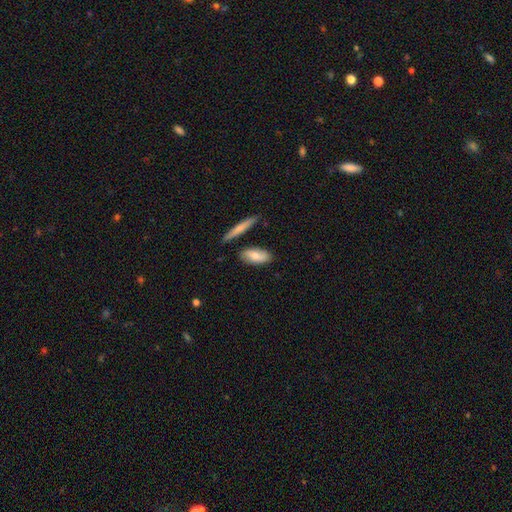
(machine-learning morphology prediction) This appears to be a smooth galaxy with no disk features (75%) that is in between round and cigar-shaped (78%). Merging: none (76%).